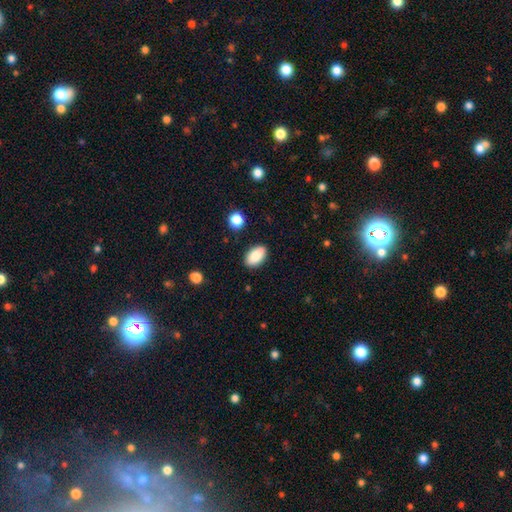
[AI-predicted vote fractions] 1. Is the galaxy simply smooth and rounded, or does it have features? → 87% smooth, 7% star or artifact, 6% featured or disk.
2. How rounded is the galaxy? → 93% in between, 5% round, 2% cigar-shaped.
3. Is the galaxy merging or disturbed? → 86% none, 10% minor disturbance, 2% major disturbance, 2% merger.